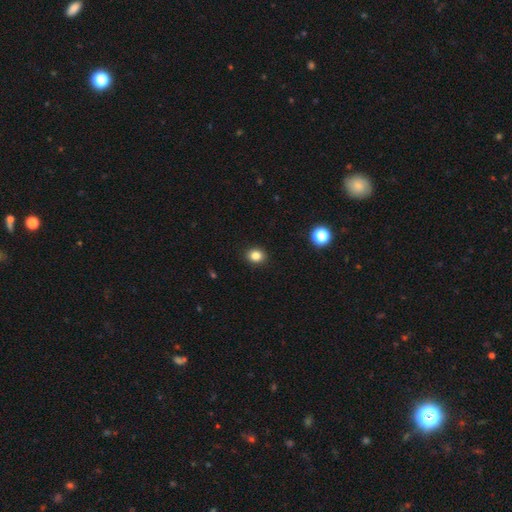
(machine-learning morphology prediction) Smooth or featured? smooth (84%)
How rounded? round (65%)
Merging? none (92%)